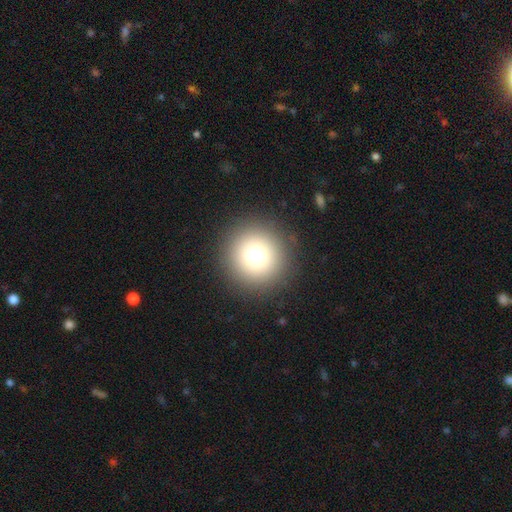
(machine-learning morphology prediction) smooth_or_featured: smooth (p=0.73) [alt: star or artifact p=0.18]
how_rounded: round (p=0.96) [alt: in between p=0.03]
merging: none (p=0.90) [alt: minor disturbance p=0.05]